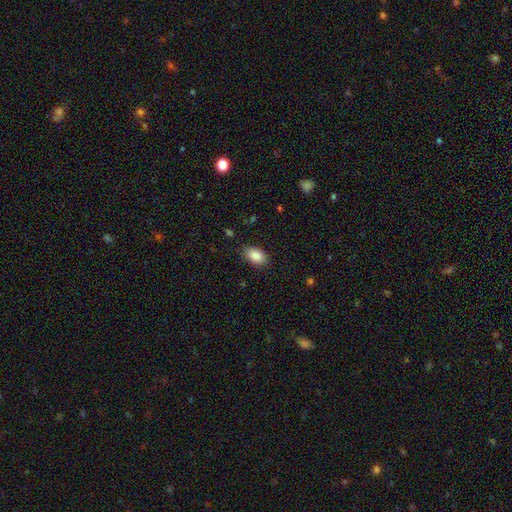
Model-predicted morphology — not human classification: Smooth or featured?
  - smooth: 88% *
  - star or artifact: 7%
  - featured or disk: 5%
How rounded?
  - in between: 90% *
  - round: 9%
  - cigar-shaped: 1%
Merging?
  - none: 85% *
  - minor disturbance: 12%
  - major disturbance: 3%
  - merger: 1%